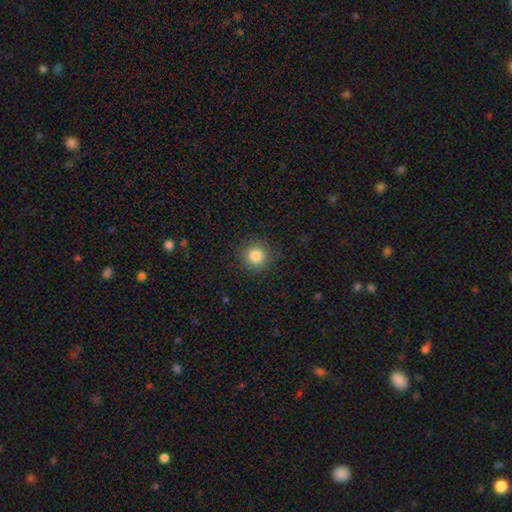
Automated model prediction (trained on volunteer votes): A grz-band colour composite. It shows a smooth galaxy with no disk features (83%) that is round (95%). Merging: none (90%).